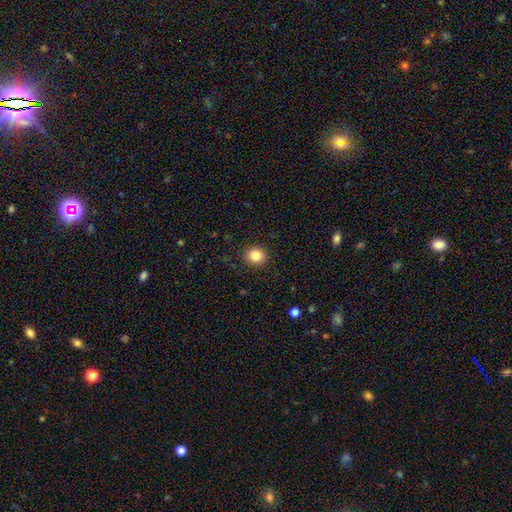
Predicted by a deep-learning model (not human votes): smooth-or-featured: smooth: 84% | star or artifact: 11% | featured or disk: 6%
  how-rounded: round: 80% | in between: 19% | cigar-shaped: 1%
  merging: none: 91% | minor disturbance: 6% | major disturbance: 2% | merger: 1%